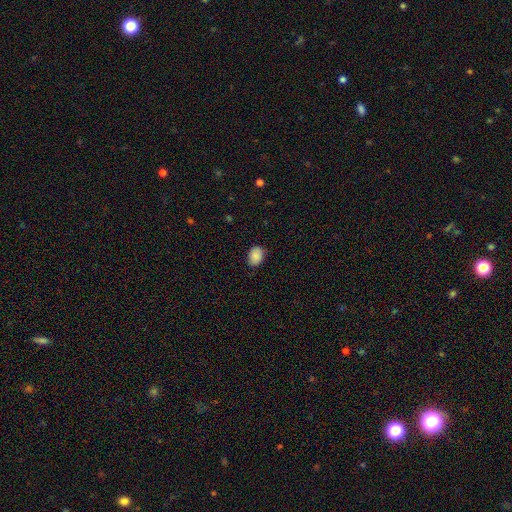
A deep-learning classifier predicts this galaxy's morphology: Smooth or featured? Predicted: smooth (p=0.88). How rounded? Predicted: in between (p=0.69). Merging? Predicted: none (p=0.83).